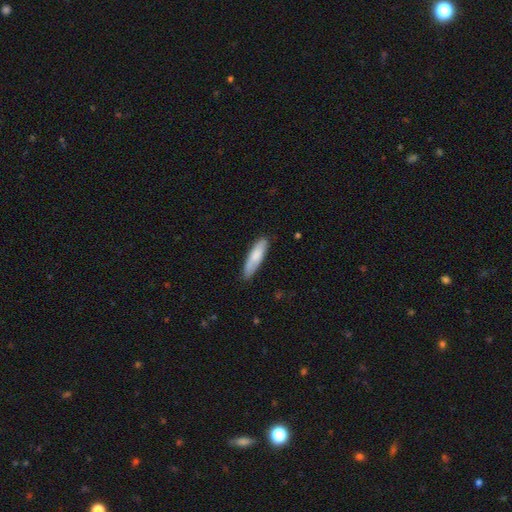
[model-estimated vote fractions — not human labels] This appears to be a smooth galaxy with no disk features (80%) that is cigar-shaped (68%). Merging: none (82%).